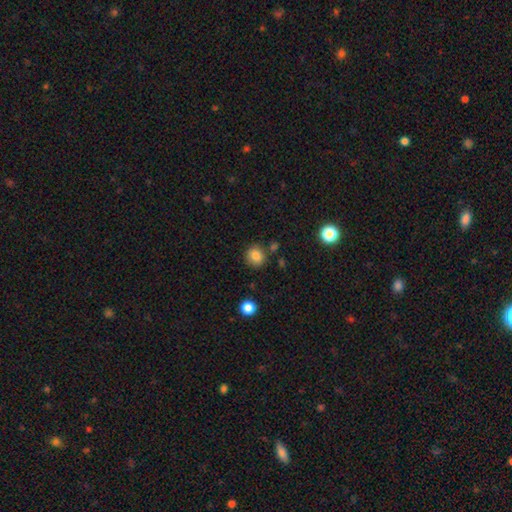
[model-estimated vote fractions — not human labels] smooth 84%, star or artifact 11%, featured or disk 5%. Down the decision tree: how rounded — round (87%); merging — none (83%).